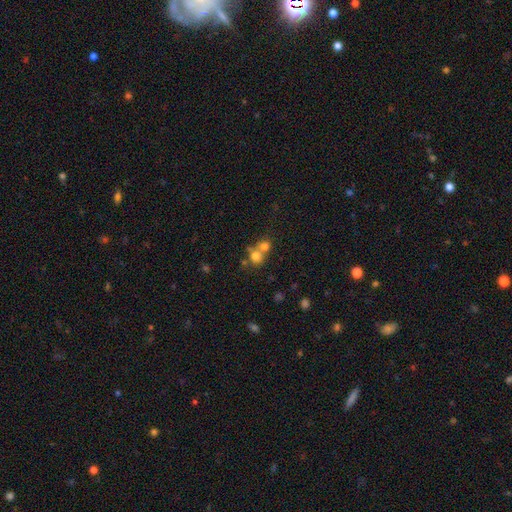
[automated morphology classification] smooth_or_featured: smooth (p=0.72) [alt: star or artifact p=0.15]
how_rounded: round (p=0.83) [alt: in between p=0.16]
merging: merger (p=0.53) [alt: none p=0.39]